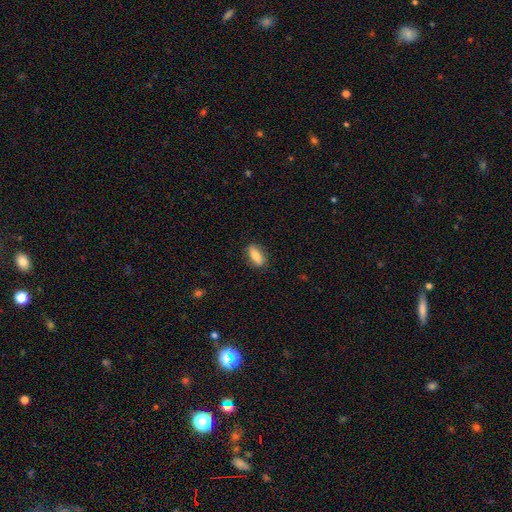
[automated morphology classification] The model was most divided on "how rounded": in between: 79%, cigar-shaped: 17%, round: 4%. More confident: merging — none (85%); smooth or featured — smooth (78%).